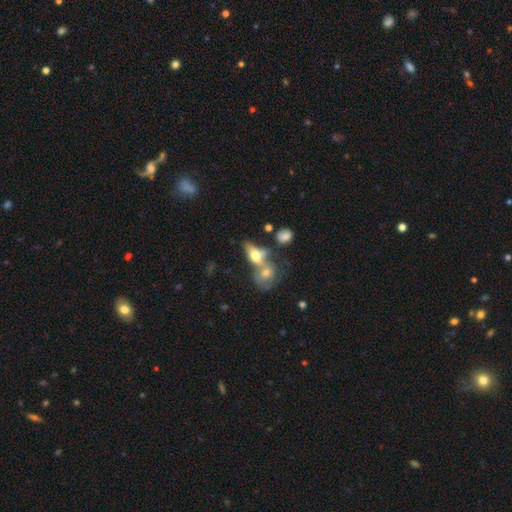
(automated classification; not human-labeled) A smooth galaxy with no disk features (56%) that is in between round and cigar-shaped (72%).

Vote fractions:
- Smooth or featured? smooth: 56% / featured or disk: 35% / star or artifact: 9%
- How rounded? in between: 72% / cigar-shaped: 18% / round: 10%
- Merging? merger: 54% / none: 28% / minor disturbance: 11% / major disturbance: 7%